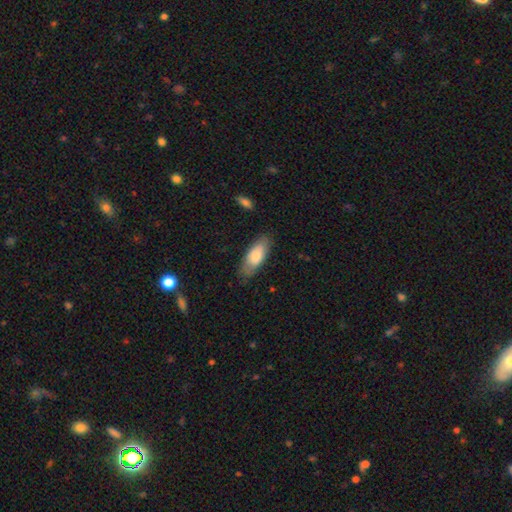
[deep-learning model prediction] This appears to be a smooth galaxy with no disk features (76%) that is in between round and cigar-shaped (77%). Merging: none (76%).